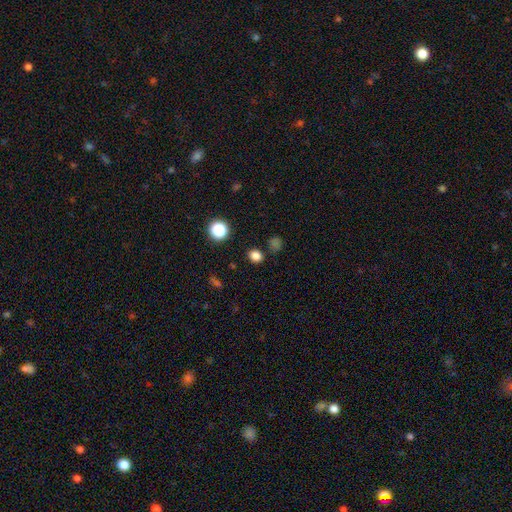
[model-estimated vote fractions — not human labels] A smooth galaxy with no disk features (78%) that is round (67%).

Vote fractions:
- Smooth or featured? smooth: 78% / star or artifact: 18% / featured or disk: 4%
- How rounded? round: 67% / in between: 32% / cigar-shaped: 1%
- Merging? none: 84% / minor disturbance: 9% / merger: 4% / major disturbance: 3%